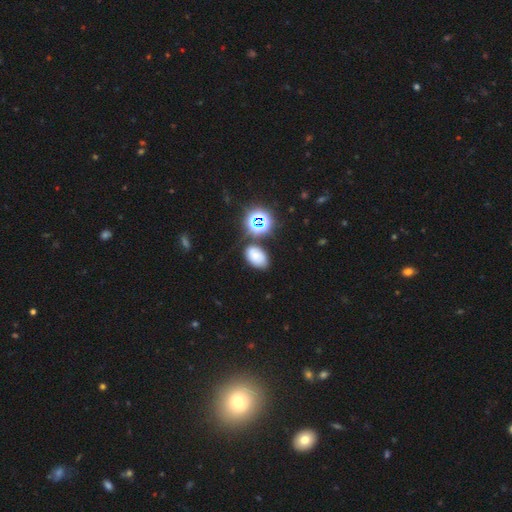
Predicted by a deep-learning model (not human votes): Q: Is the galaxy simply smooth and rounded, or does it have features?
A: smooth — 61%.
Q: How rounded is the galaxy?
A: in between — 84%.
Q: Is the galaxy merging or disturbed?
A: none — 69%.